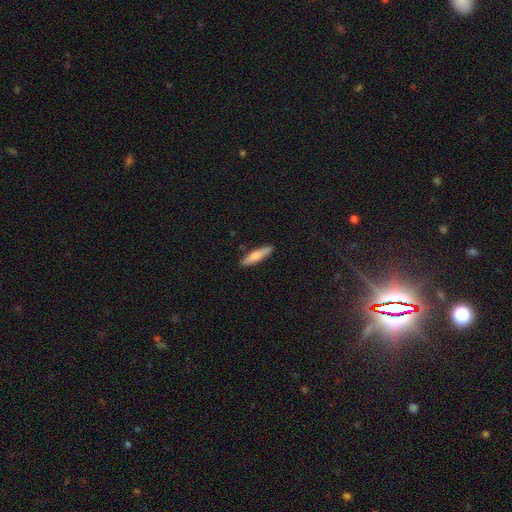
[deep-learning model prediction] Overall: smooth (77%). How rounded: cigar-shaped (79%). Merging: none (88%).